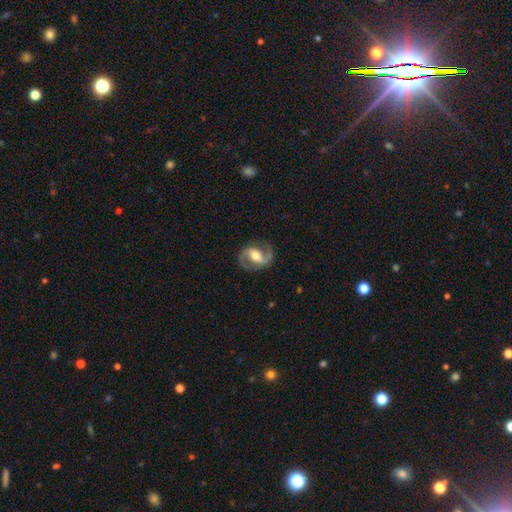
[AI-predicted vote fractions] Overall: featured or disk (87%). Edge-on disk: no (97%). Bar: strong (41%; weak 39%). Spiral arms: yes (95%). Spiral arm count: 2 (93%). Spiral winding: medium (55%; loose 27%). Bulge size: moderate (68%). Merging: none (82%).